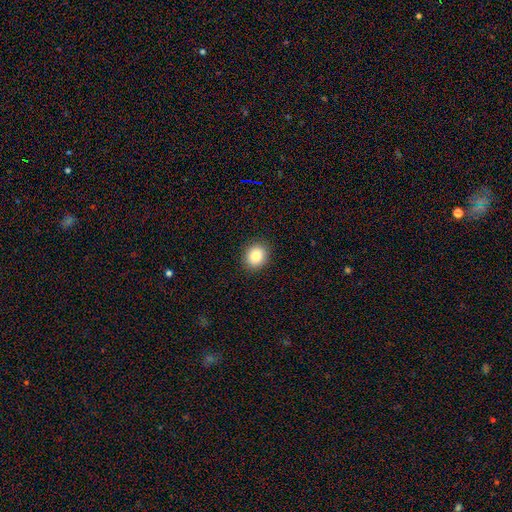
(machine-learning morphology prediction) smooth 85%, star or artifact 9%, featured or disk 6%. Down the decision tree: how rounded — round (75%); merging — none (90%).